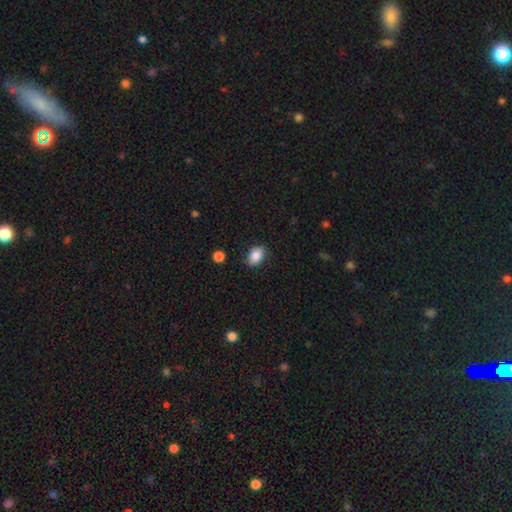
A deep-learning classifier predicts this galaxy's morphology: The model was most divided on "how rounded": in between: 80%, round: 19%, cigar-shaped: 1%. More confident: smooth or featured — smooth (85%); merging — none (83%).